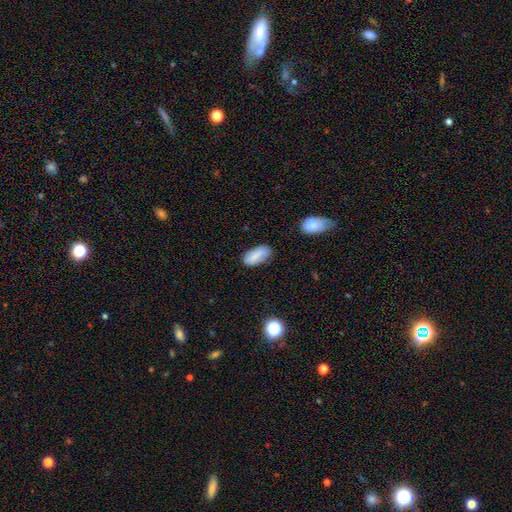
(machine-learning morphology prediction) smooth_or_featured: smooth (p=0.78) [alt: featured or disk p=0.14]
how_rounded: in between (p=0.90) [alt: cigar-shaped p=0.08]
merging: none (p=0.75) [alt: minor disturbance p=0.19]